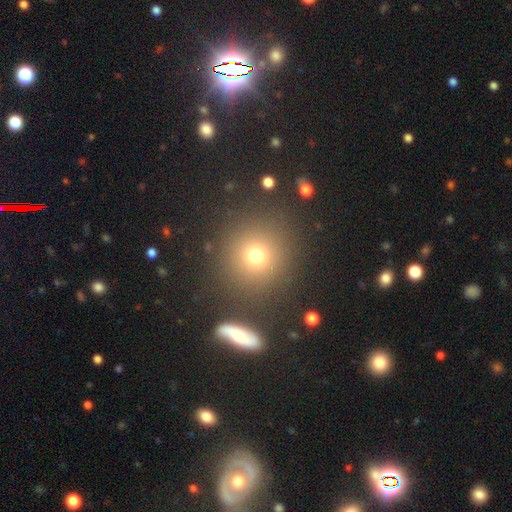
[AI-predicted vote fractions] smooth 72%, star or artifact 17%, featured or disk 11%. Down the decision tree: how rounded — round (92%); merging — none (84%).